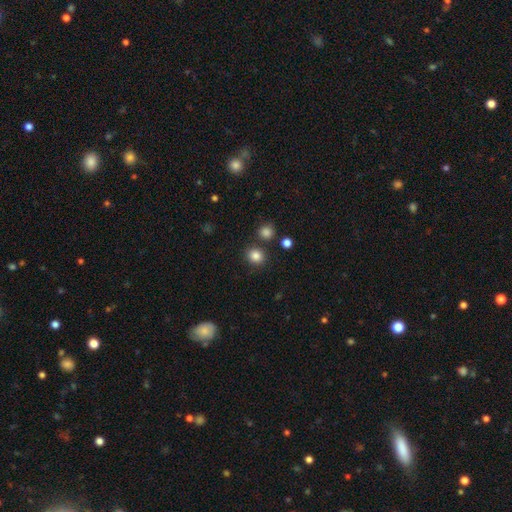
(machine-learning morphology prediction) Smooth or featured? Predicted: smooth (p=0.84). How rounded? Predicted: round (p=0.81). Merging? Predicted: none (p=0.83).